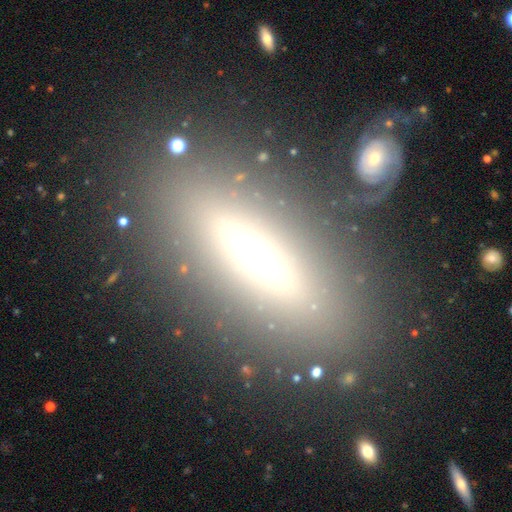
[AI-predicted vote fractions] Smooth or featured: smooth — 51% (featured or disk — 35%)
How rounded: in between — 52% (cigar-shaped — 43%)
Merging: none — 81% (minor disturbance — 10%)